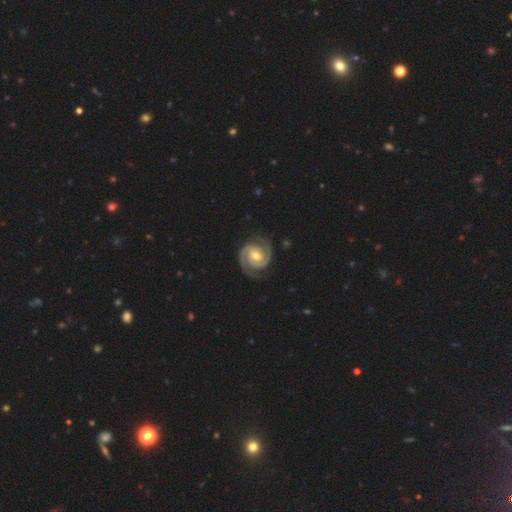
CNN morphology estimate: Q: Smooth or featured?
A: featured or disk (94%); runner-up: star or artifact (3%)
Q: Edge-on disk?
A: no (98%); runner-up: yes (2%)
Q: Bar?
A: no (46%); runner-up: weak (38%)
Q: Spiral arms?
A: yes (99%); runner-up: no (1%)
Q: Spiral winding?
A: tight (67%); runner-up: medium (29%)
Q: Spiral arm count?
A: 2 (93%); runner-up: 3 (2%)
Q: Bulge size?
A: moderate (70%); runner-up: small (25%)
Q: Merging?
A: none (84%); runner-up: minor disturbance (12%)